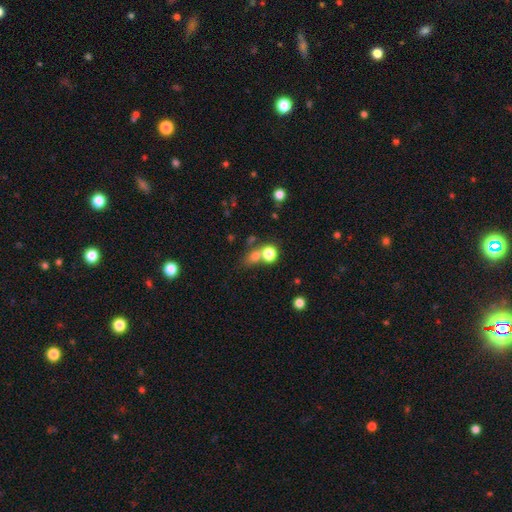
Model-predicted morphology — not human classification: Smooth or featured: smooth — 72% (star or artifact — 17%)
How rounded: round — 61% (in between — 36%)
Merging: none — 46% (merger — 38%)